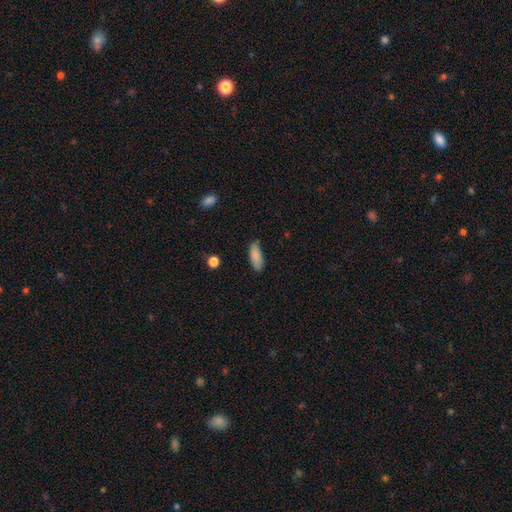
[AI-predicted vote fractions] Smooth or featured: smooth — 86% (star or artifact — 7%)
How rounded: in between — 74% (cigar-shaped — 24%)
Merging: none — 76% (minor disturbance — 19%)